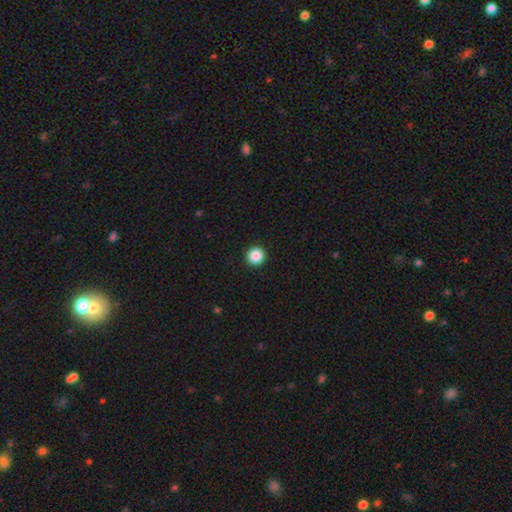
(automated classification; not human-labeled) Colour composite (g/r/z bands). It shows a smooth galaxy with no disk features (88%) that is round (96%). Merging: none (94%).